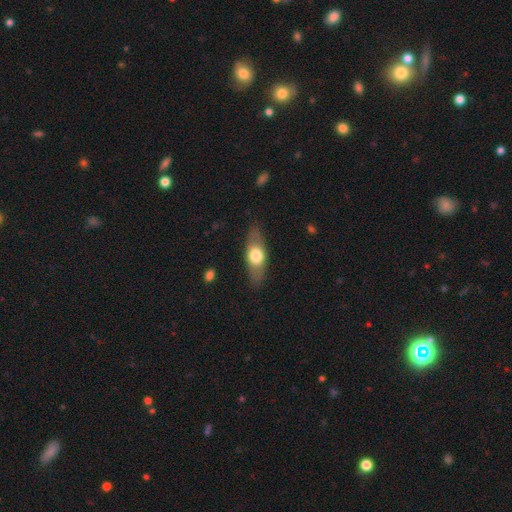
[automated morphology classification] type=smooth (57%); roundness=in between (69%); merging=none (83%).